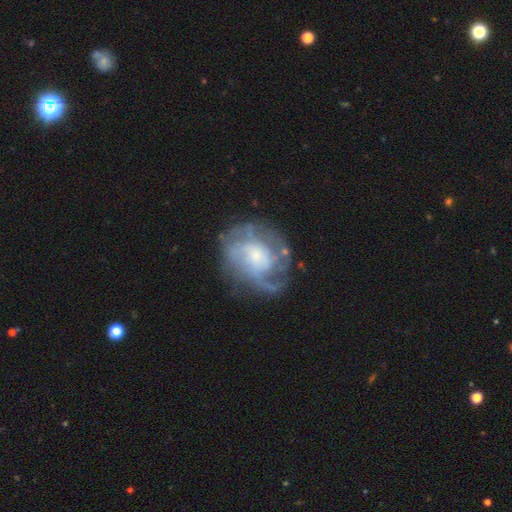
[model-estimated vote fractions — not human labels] featured or disk 75%, smooth 17%, star or artifact 8%. Down the decision tree: edge-on disk — no (97%); bar — no (70%); spiral arms — yes (82%); spiral arm count — can't tell (40%); spiral winding — tight (41%); bulge size — small (45%); merging — none (59%).